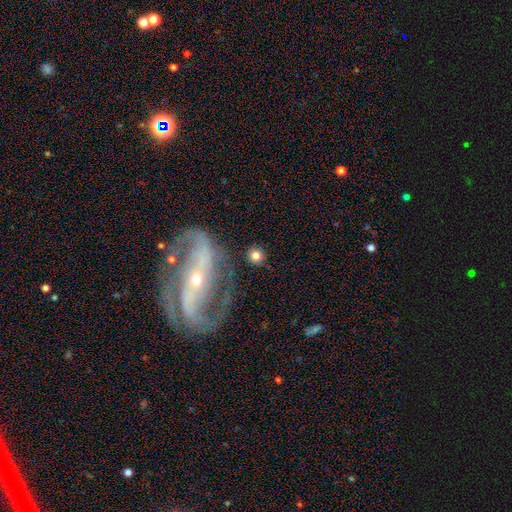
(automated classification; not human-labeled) smooth_or_featured: smooth (p=0.72) [alt: featured or disk p=0.18]
how_rounded: round (p=0.88) [alt: in between p=0.10]
merging: none (p=0.81) [alt: minor disturbance p=0.09]